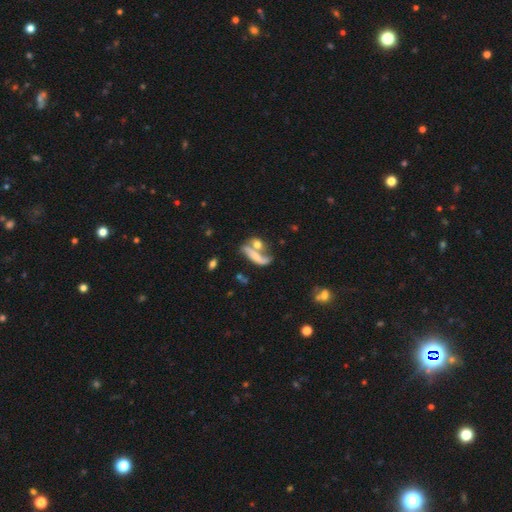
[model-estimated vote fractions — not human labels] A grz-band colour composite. It shows a smooth galaxy with no disk features (49%). Merging: merger (43%).